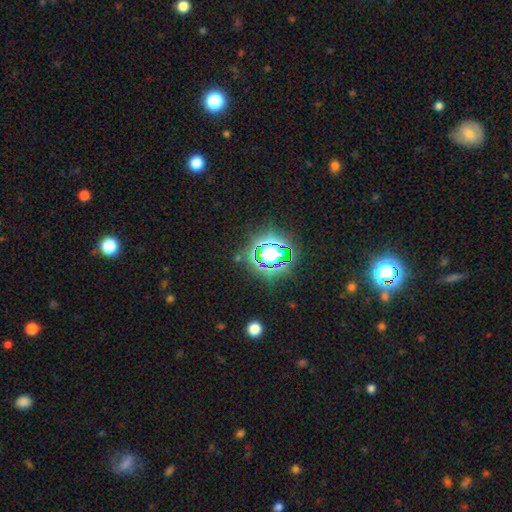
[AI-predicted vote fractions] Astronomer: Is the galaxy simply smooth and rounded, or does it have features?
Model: star or artifact — 79%.